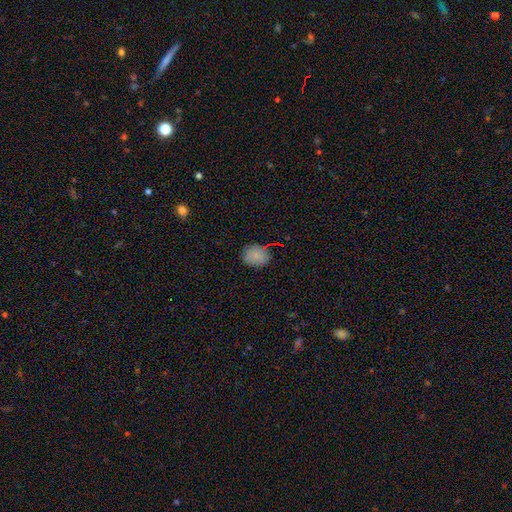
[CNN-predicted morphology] Q: Smooth or featured?
A: smooth (84%); runner-up: star or artifact (10%)
Q: How rounded?
A: round (56%); runner-up: in between (43%)
Q: Merging?
A: none (83%); runner-up: minor disturbance (13%)